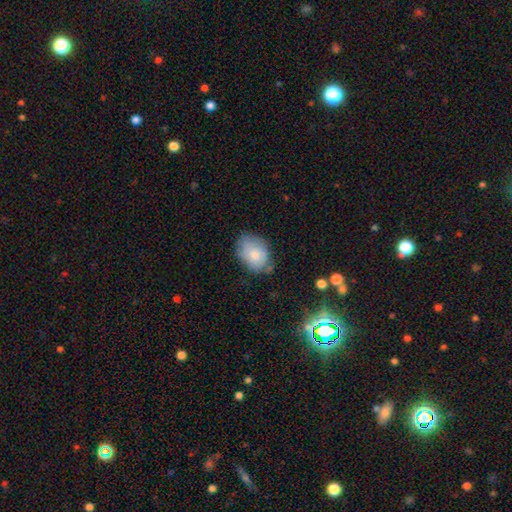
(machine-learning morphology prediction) The model was most divided on "merging": none: 58%, minor disturbance: 30%, major disturbance: 8%, merger: 4%. More confident: smooth or featured — smooth (76%); how rounded — in between (69%).